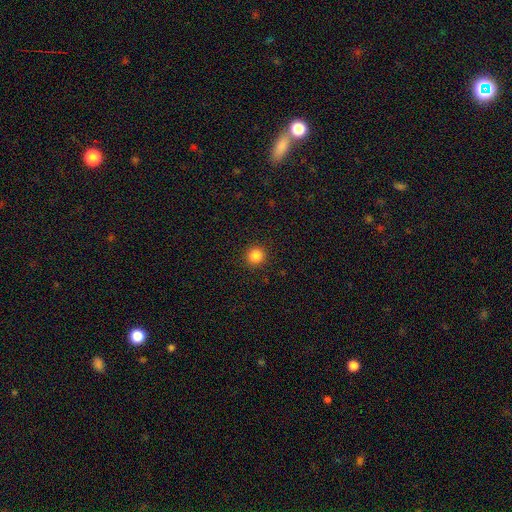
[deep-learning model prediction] Morphology: type=smooth (85%); roundness=round (95%); merging=none (92%).